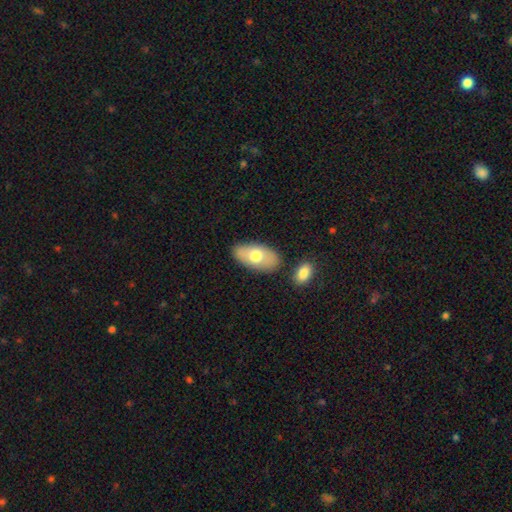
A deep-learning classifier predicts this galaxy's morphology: smooth_or_featured: smooth (p=0.69) [alt: featured or disk p=0.25]
how_rounded: in between (p=0.93) [alt: round p=0.04]
merging: none (p=0.76) [alt: minor disturbance p=0.13]